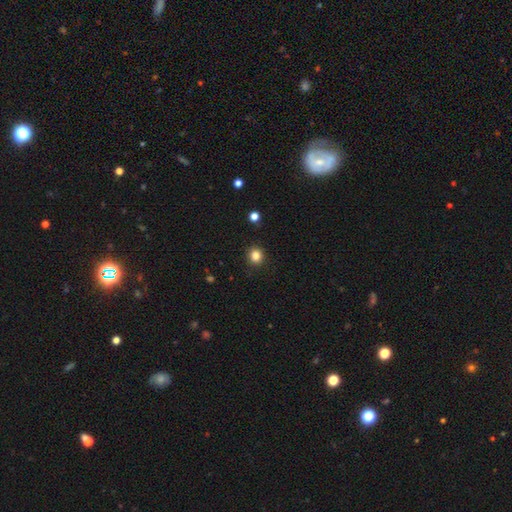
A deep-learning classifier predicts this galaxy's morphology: Q: Smooth or featured?
A: smooth (84%); runner-up: star or artifact (12%)
Q: How rounded?
A: round (87%); runner-up: in between (12%)
Q: Merging?
A: none (91%); runner-up: minor disturbance (6%)